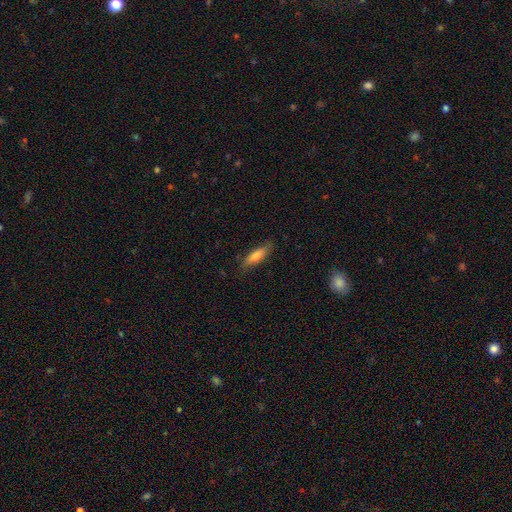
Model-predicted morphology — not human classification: Overall: smooth (74%). How rounded: cigar-shaped (63%; in between 35%). Merging: none (78%).